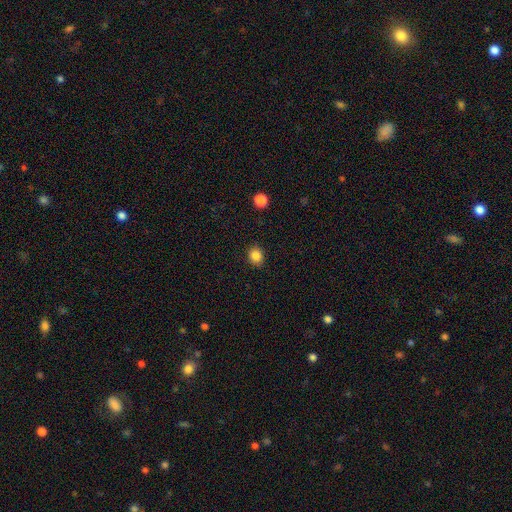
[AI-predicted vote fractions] Smooth or featured? smooth (85%)
How rounded? round (71%)
Merging? none (89%)